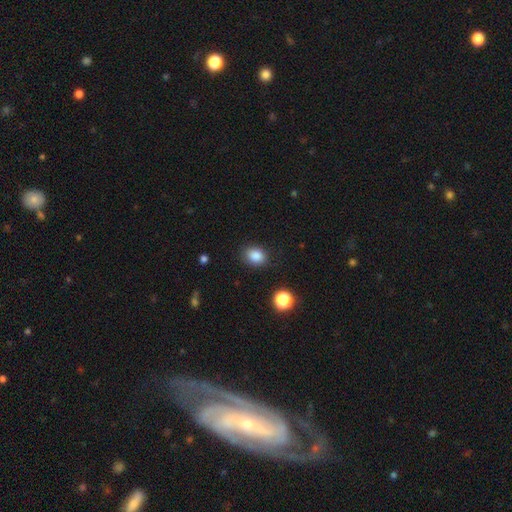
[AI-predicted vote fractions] smooth-or-featured: smooth: 85% | star or artifact: 11% | featured or disk: 4%
  how-rounded: in between: 51% | round: 48% | cigar-shaped: 1%
  merging: none: 84% | minor disturbance: 11% | major disturbance: 3% | merger: 2%